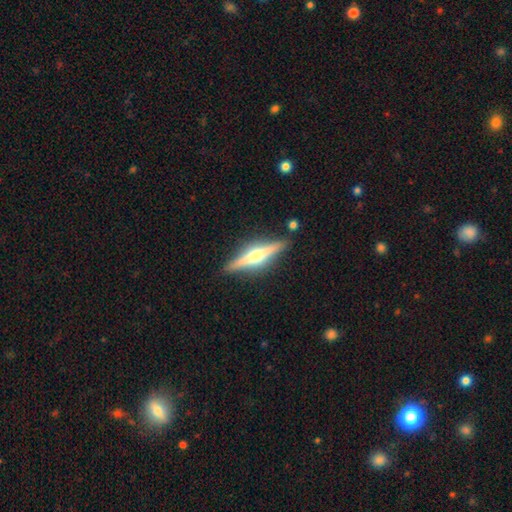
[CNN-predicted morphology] The model was most divided on "smooth or featured": featured or disk: 74%, smooth: 21%, star or artifact: 6%. More confident: edge-on disk — yes (97%); edge-on bulge — rounded (91%); merging — none (87%).